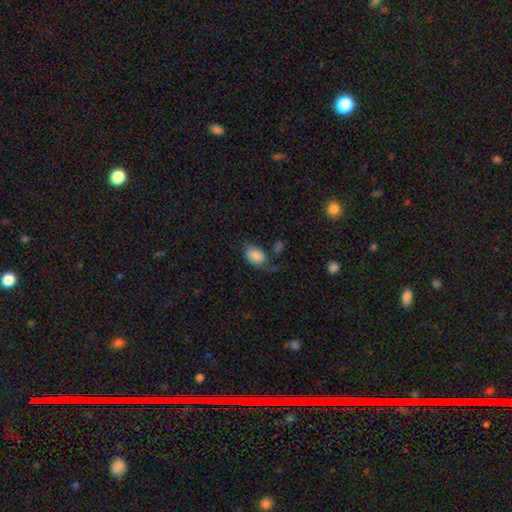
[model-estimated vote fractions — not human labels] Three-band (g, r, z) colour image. It shows a smooth galaxy with no disk features (84%) that is in between round and cigar-shaped (83%). Merging: none (42%).